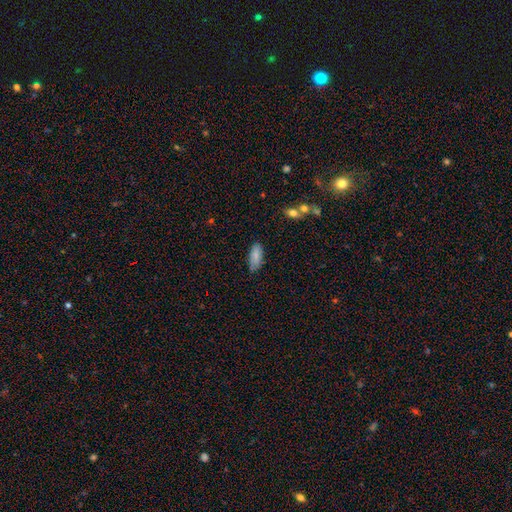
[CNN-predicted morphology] Smooth or featured?
  - smooth: 84% *
  - featured or disk: 9%
  - star or artifact: 7%
How rounded?
  - in between: 82% *
  - cigar-shaped: 16%
  - round: 2%
Merging?
  - none: 74% *
  - minor disturbance: 20%
  - major disturbance: 3%
  - merger: 2%